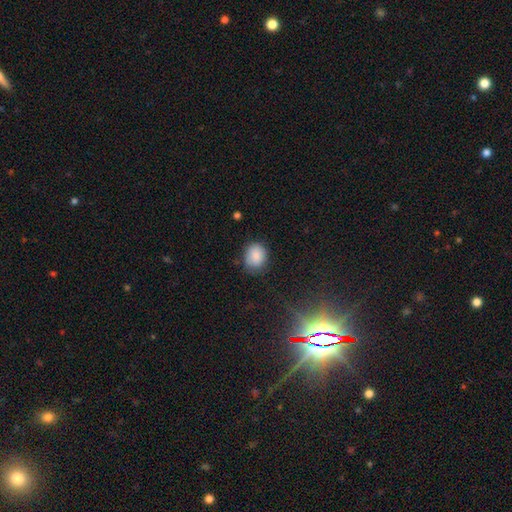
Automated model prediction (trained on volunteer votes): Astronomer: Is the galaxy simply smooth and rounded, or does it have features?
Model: smooth — 86%.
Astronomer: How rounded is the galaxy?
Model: round — 58% (runner-up: in between, 41%).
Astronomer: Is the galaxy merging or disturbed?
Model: none — 78%.